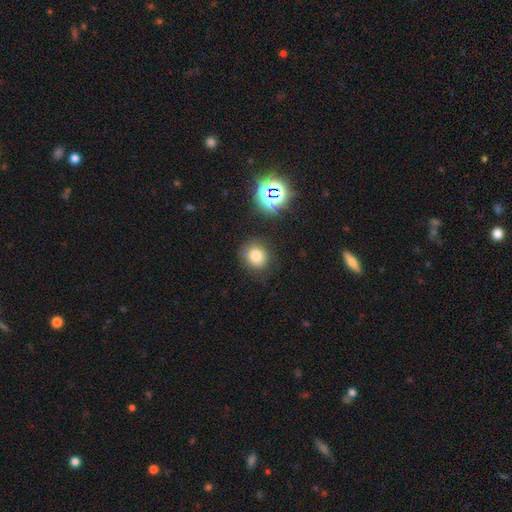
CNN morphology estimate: smooth-or-featured: smooth: 76% | star or artifact: 16% | featured or disk: 8%
  how-rounded: round: 78% | in between: 21% | cigar-shaped: 1%
  merging: none: 82% | minor disturbance: 12% | major disturbance: 4% | merger: 2%